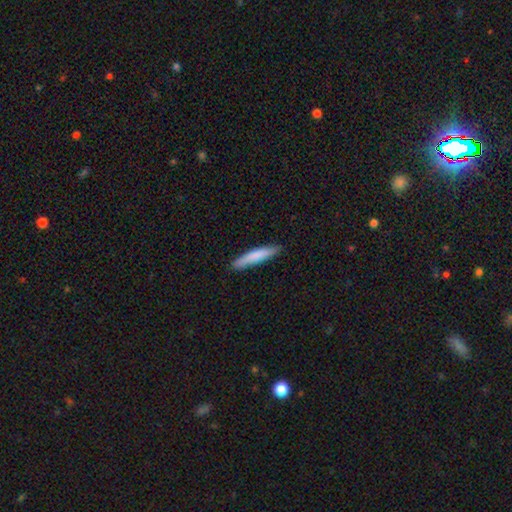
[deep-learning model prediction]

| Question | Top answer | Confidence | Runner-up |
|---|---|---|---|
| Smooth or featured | smooth | 77% | featured or disk (19%) |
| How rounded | cigar-shaped | 92% | in between (7%) |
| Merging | none | 87% | minor disturbance (10%) |